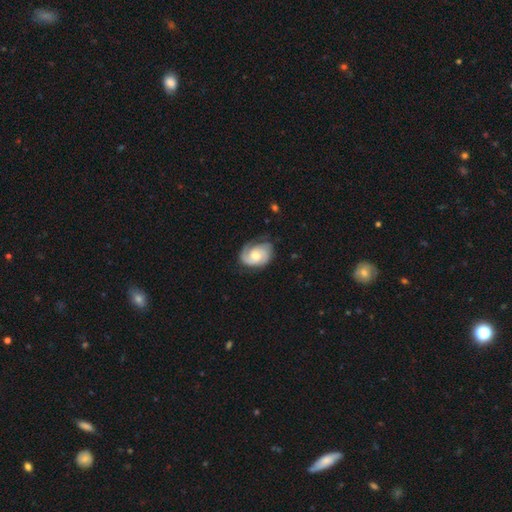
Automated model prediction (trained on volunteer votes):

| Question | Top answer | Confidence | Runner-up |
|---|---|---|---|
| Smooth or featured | featured or disk | 75% | smooth (19%) |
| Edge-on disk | no | 97% | yes (3%) |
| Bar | no | 67% | weak (28%) |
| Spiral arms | yes | 94% | no (6%) |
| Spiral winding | tight | 53% | medium (35%) |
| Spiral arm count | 2 | 52% | 1 (18%) |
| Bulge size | moderate | 63% | small (28%) |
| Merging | none | 64% | minor disturbance (24%) |